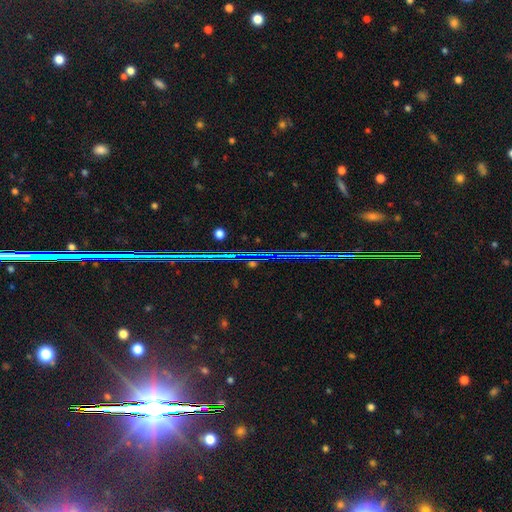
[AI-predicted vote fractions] This appears to be a star or artifact, not a galaxy (85%).